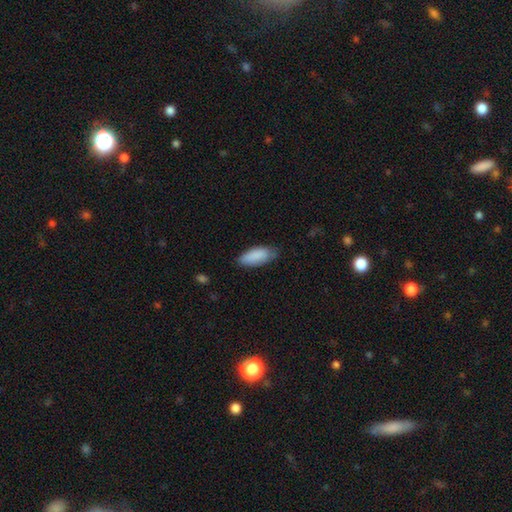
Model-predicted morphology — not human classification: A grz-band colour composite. It shows a smooth galaxy with no disk features (89%) that is in between round and cigar-shaped (83%). Merging: none (71%).